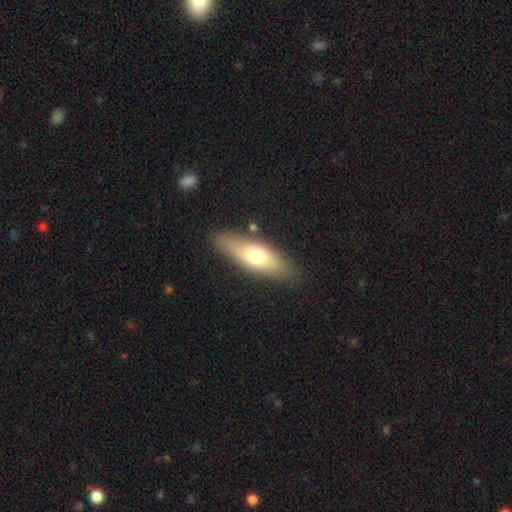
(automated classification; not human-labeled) This appears to be a smooth galaxy with no disk features (65%) that is in between round and cigar-shaped (62%). Merging: none (82%).